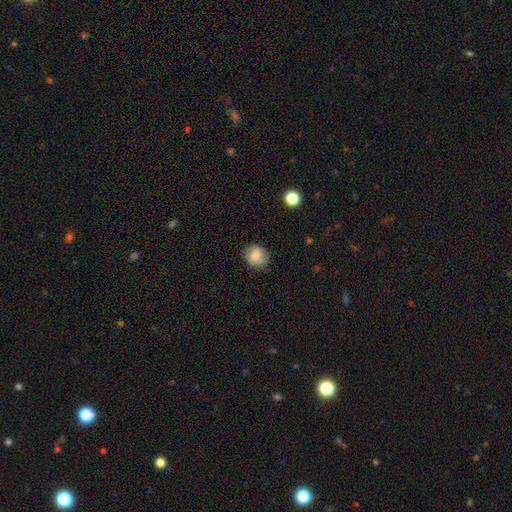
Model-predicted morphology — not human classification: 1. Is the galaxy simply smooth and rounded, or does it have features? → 73% smooth, 18% featured or disk, 9% star or artifact.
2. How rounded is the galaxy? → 79% round, 20% in between, 1% cigar-shaped.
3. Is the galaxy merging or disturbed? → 81% none, 14% minor disturbance, 4% major disturbance, 1% merger.